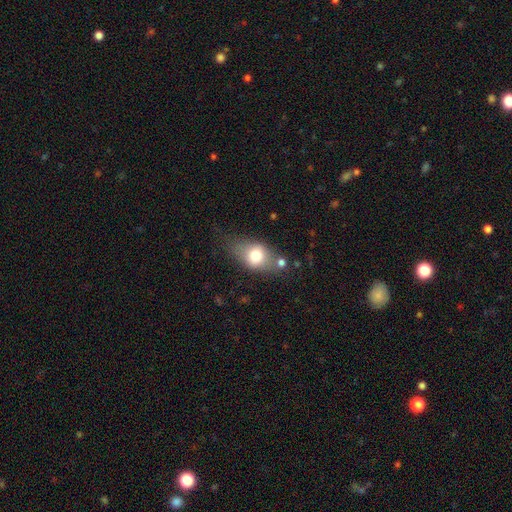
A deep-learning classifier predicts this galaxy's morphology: Smooth or featured?
  - smooth: 72% *
  - featured or disk: 19%
  - star or artifact: 9%
How rounded?
  - in between: 69% *
  - round: 27%
  - cigar-shaped: 4%
Merging?
  - none: 54% *
  - minor disturbance: 24%
  - major disturbance: 12%
  - merger: 10%